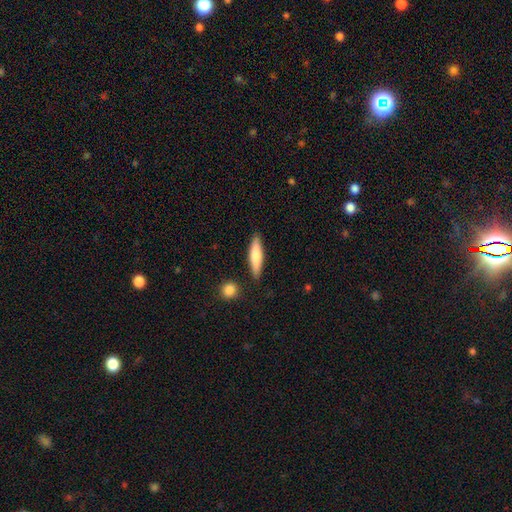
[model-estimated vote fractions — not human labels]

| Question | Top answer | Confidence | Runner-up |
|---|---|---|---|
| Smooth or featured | smooth | 70% | featured or disk (24%) |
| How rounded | cigar-shaped | 76% | in between (22%) |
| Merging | none | 86% | minor disturbance (9%) |